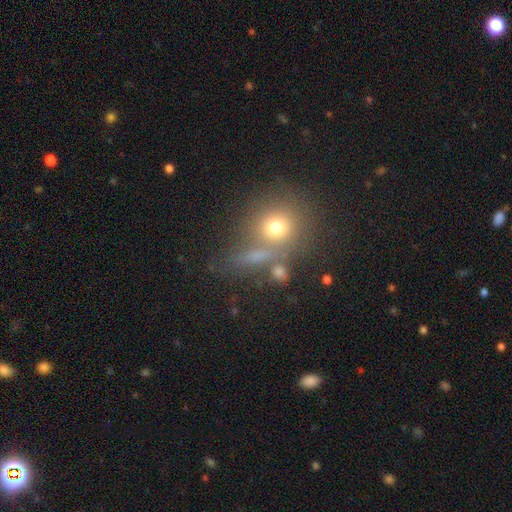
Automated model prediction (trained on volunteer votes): smooth 63%, star or artifact 20%, featured or disk 16%. Down the decision tree: how rounded — round (59%); merging — none (58%).